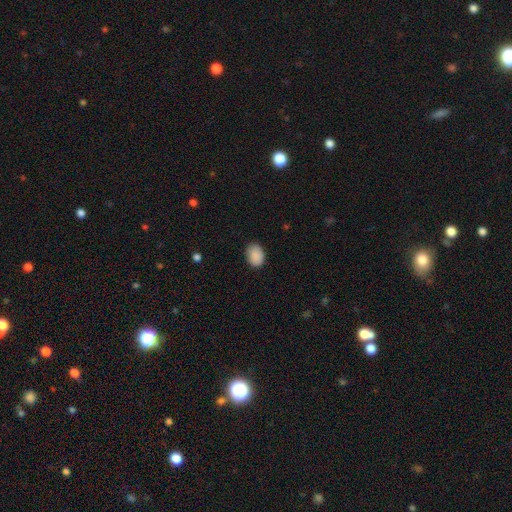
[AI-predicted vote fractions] This appears to be a smooth galaxy with no disk features (90%) that is in between round and cigar-shaped (78%). Merging: none (84%).